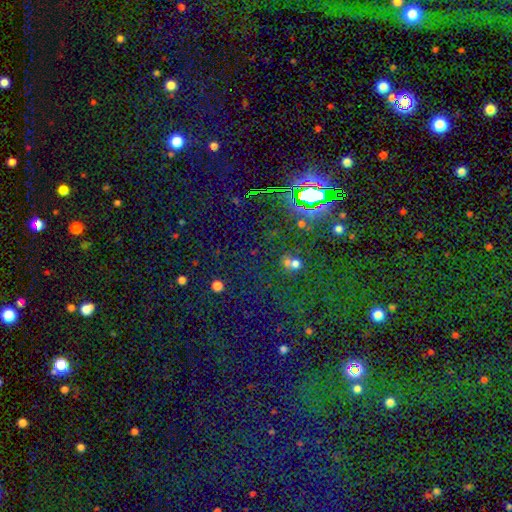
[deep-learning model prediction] smooth_or_featured: star or artifact (p=0.78) [alt: smooth p=0.14]